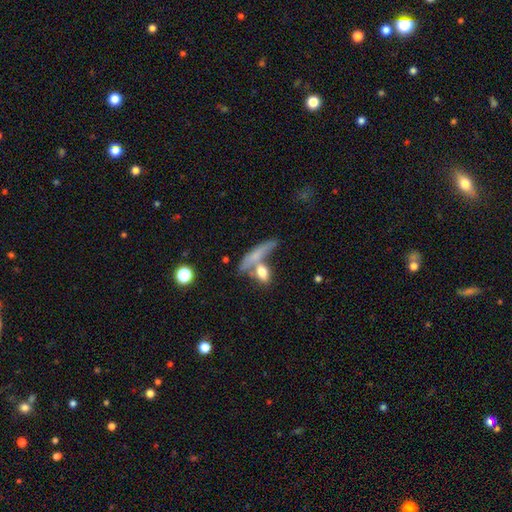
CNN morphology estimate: Smooth or featured: smooth — 58% (featured or disk — 32%)
How rounded: cigar-shaped — 67% (in between — 24%)
Merging: none — 47% (merger — 30%)